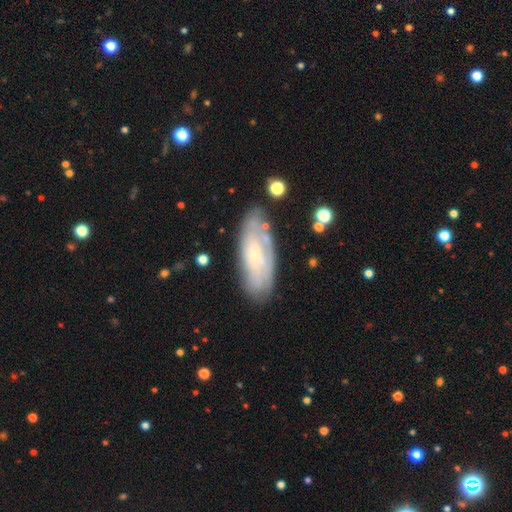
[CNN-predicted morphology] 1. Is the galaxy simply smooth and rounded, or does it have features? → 51% featured or disk, 42% smooth, 8% star or artifact.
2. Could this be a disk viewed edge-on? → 82% no, 18% yes.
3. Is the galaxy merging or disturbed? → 71% none, 19% minor disturbance, 6% major disturbance, 3% merger.